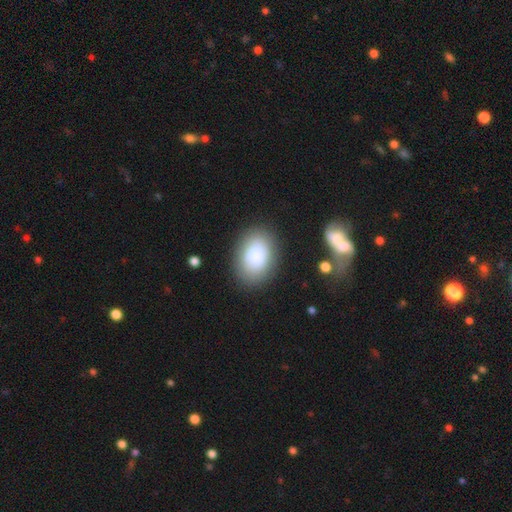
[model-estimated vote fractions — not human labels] Overall: smooth (83%). How rounded: in between (75%). Merging: none (80%).